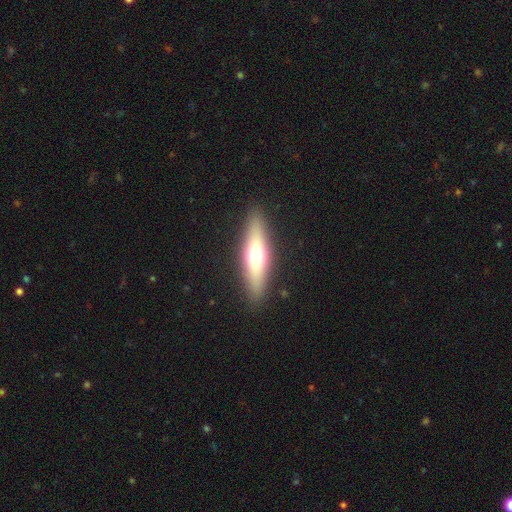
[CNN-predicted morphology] A smooth galaxy with no disk features (52%) that is cigar-shaped (63%). Merging: none (89%).